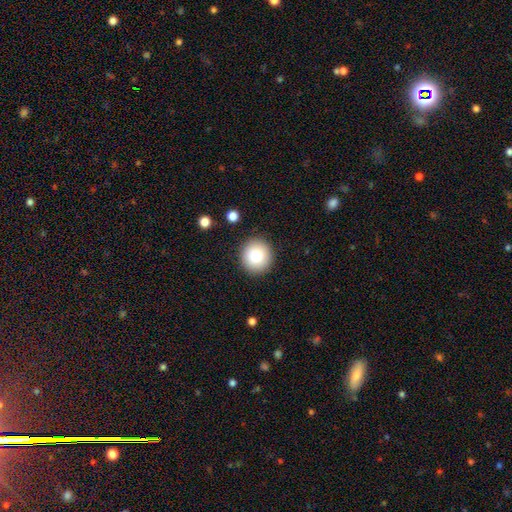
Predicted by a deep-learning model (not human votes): Overall: smooth (79%). How rounded: round (92%). Merging: none (91%).